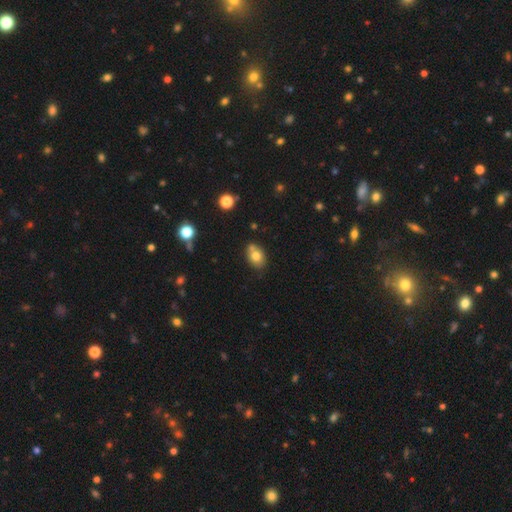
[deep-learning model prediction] Smooth or featured? smooth (76%)
How rounded? in between (74%)
Merging? none (62%)